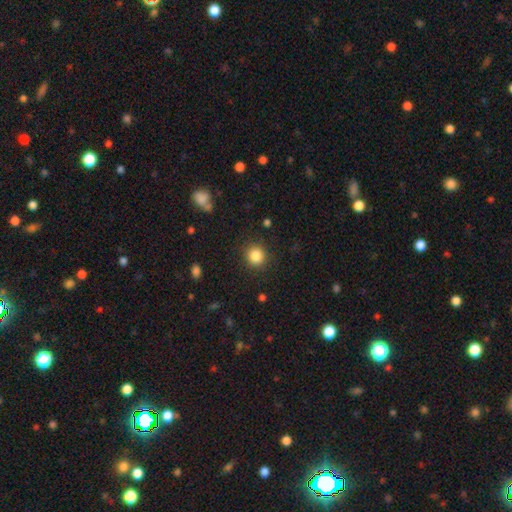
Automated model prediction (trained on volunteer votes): smooth_or_featured: smooth (p=0.85) [alt: star or artifact p=0.11]
how_rounded: round (p=0.89) [alt: in between p=0.10]
merging: none (p=0.88) [alt: minor disturbance p=0.08]